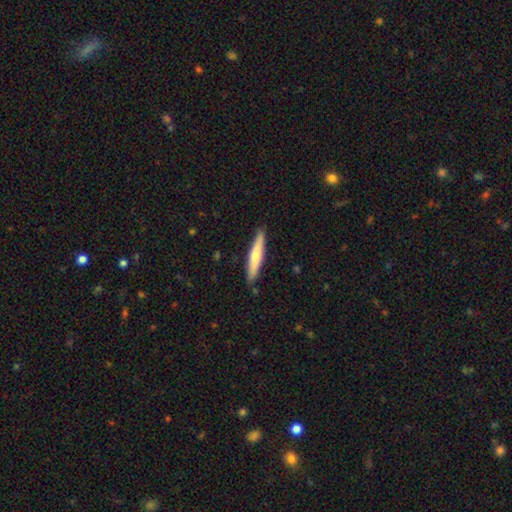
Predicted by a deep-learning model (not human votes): smooth_or_featured: smooth (p=0.60) [alt: featured or disk p=0.35]
how_rounded: cigar-shaped (p=0.91) [alt: in between p=0.07]
merging: none (p=0.89) [alt: minor disturbance p=0.08]